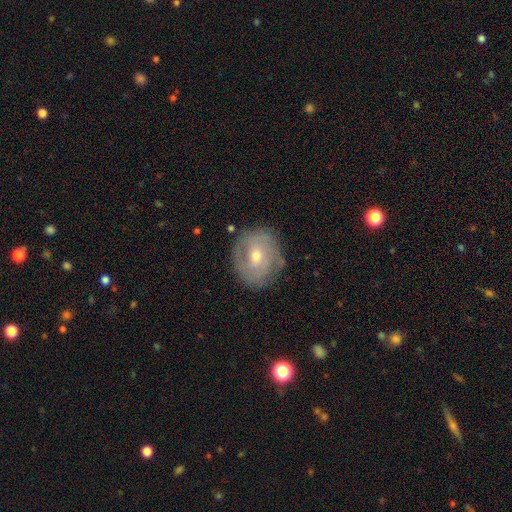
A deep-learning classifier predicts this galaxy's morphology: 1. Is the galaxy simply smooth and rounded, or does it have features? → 71% featured or disk, 21% smooth, 8% star or artifact.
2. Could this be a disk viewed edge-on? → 96% no, 4% yes.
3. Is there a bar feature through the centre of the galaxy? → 53% no, 38% weak, 9% strong.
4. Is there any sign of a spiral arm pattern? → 84% yes, 16% no.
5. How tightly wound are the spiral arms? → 61% tight, 29% medium, 10% loose.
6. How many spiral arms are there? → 37% 2 (tied), 37% can't tell (tied), 13% 3, 5% 4, 5% 1, 3% more than 4.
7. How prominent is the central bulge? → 50% moderate, 47% small, 1% large, 1% none, 1% dominant.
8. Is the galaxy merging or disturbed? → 78% none, 15% minor disturbance, 5% major disturbance, 1% merger.